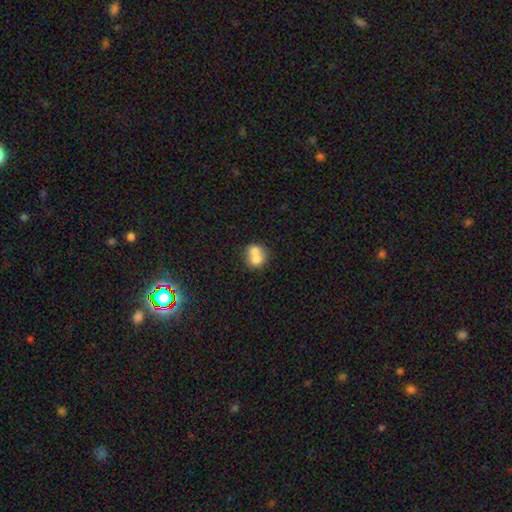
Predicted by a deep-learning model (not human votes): This appears to be a smooth galaxy with no disk features (69%) that is round (72%). Merging: merger (63%).